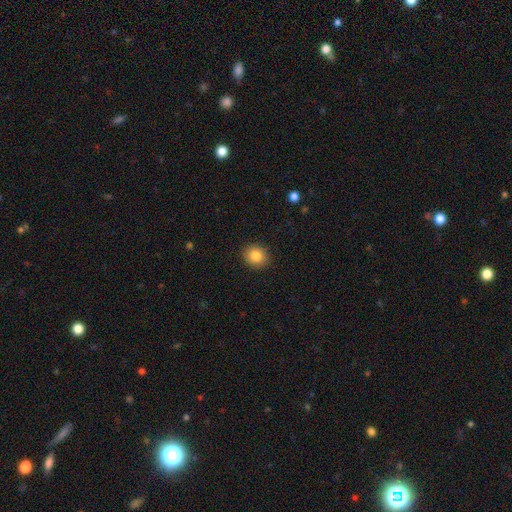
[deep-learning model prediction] Smooth or featured? smooth (84%)
How rounded? round (81%)
Merging? none (91%)